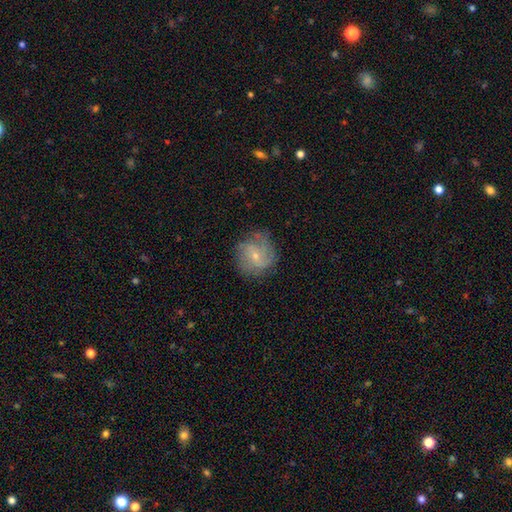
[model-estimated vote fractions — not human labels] This is likely a featured or disk galaxy (67%). It is clearly not viewed edge-on (97%). Bar: possibly no (54%). Spiral arm pattern: clearly yes (88%). Spiral arm count: marginally can't tell (32%, tied with 2). Spiral winding: marginally medium (41%). Central bulge: likely small (72%). Merging: likely none (70%).